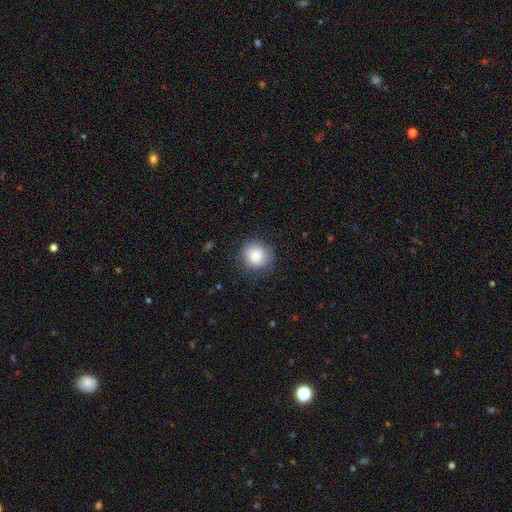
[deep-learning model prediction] A smooth galaxy with no disk features (80%) that is round (89%).

Vote fractions:
- Smooth or featured? smooth: 80% / featured or disk: 11% / star or artifact: 9%
- How rounded? round: 89% / in between: 10% / cigar-shaped: 1%
- Merging? none: 81% / minor disturbance: 14% / major disturbance: 4% / merger: 1%